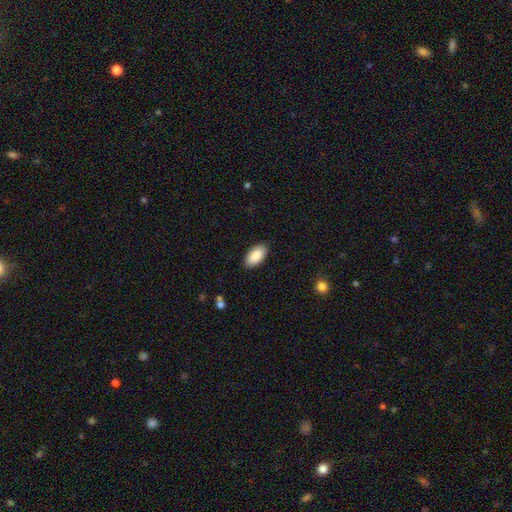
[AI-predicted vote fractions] smooth-or-featured: smooth: 89% | star or artifact: 6% | featured or disk: 5%
  how-rounded: in between: 95% | cigar-shaped: 3% | round: 2%
  merging: none: 88% | minor disturbance: 9% | major disturbance: 2% | merger: 1%